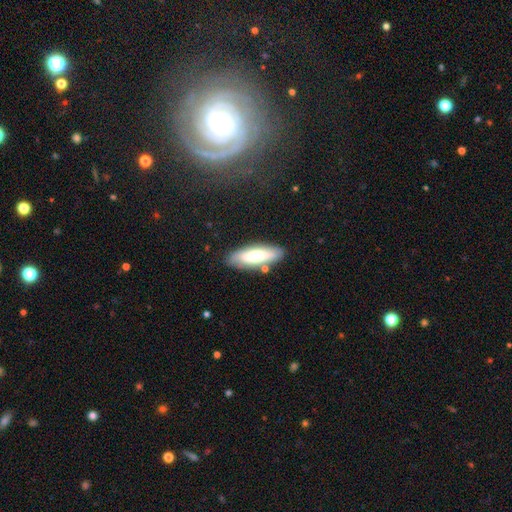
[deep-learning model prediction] Smooth or featured?
  - smooth: 68% *
  - featured or disk: 26%
  - star or artifact: 6%
How rounded?
  - in between: 55% *
  - cigar-shaped: 44%
  - round: 2%
Merging?
  - none: 81% *
  - minor disturbance: 12%
  - merger: 4%
  - major disturbance: 3%